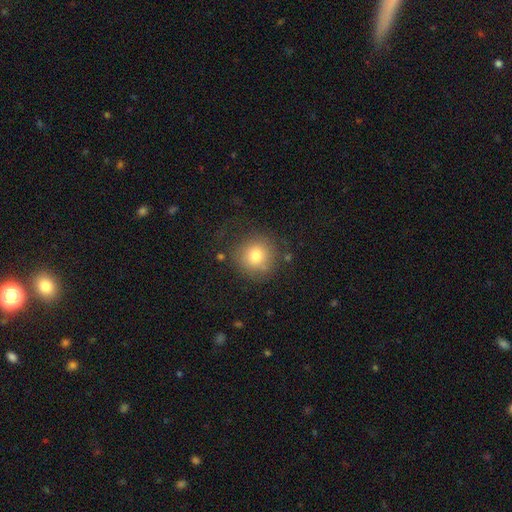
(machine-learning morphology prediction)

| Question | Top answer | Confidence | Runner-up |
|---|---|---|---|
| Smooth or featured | smooth | 77% | featured or disk (13%) |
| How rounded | round | 92% | in between (7%) |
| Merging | none | 71% | minor disturbance (15%) |